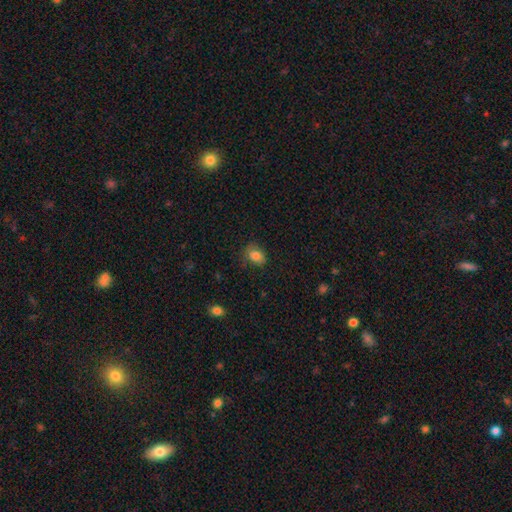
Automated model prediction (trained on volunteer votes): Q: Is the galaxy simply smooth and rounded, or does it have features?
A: smooth — 82%.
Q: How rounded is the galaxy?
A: in between — 71%.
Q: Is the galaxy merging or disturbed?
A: none — 67%.